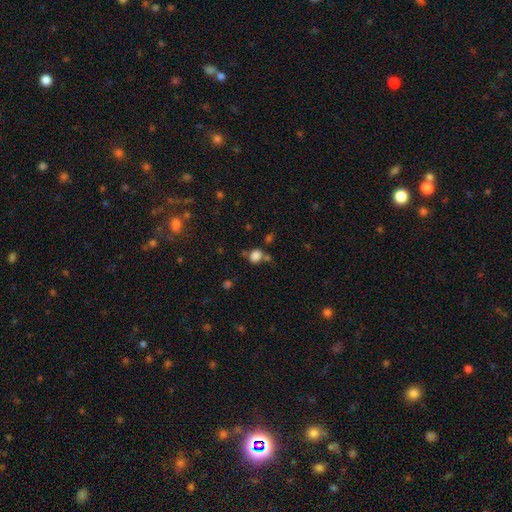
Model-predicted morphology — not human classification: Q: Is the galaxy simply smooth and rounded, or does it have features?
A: smooth — 81%.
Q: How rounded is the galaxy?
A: round — 61%.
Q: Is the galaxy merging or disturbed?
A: none — 57%.